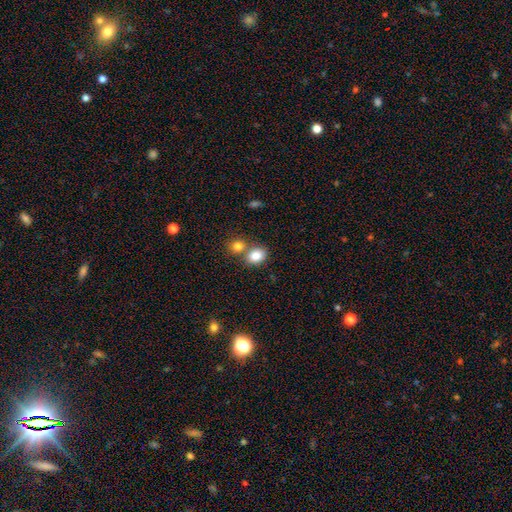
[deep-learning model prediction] This appears to be a smooth galaxy with no disk features (84%) that is in between round and cigar-shaped (61%). Merging: none (52%).